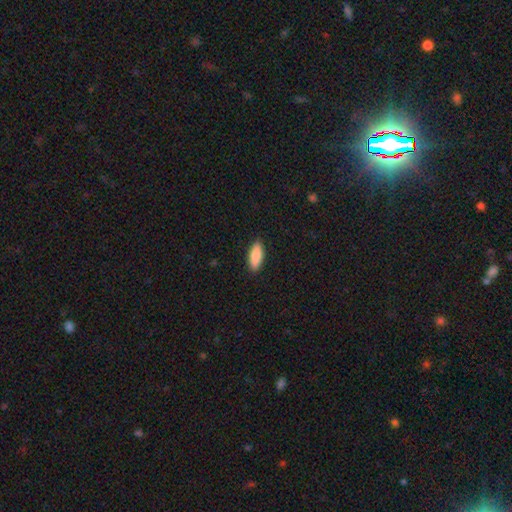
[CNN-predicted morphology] Smooth or featured?
  - smooth: 86% *
  - featured or disk: 9%
  - star or artifact: 6%
How rounded?
  - in between: 69% *
  - cigar-shaped: 29%
  - round: 2%
Merging?
  - none: 89% *
  - minor disturbance: 8%
  - major disturbance: 2%
  - merger: 1%